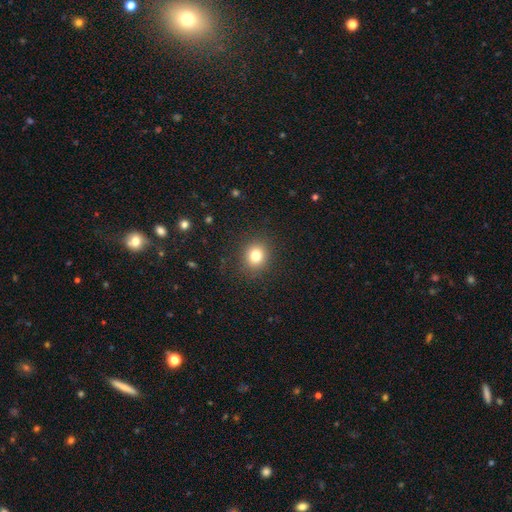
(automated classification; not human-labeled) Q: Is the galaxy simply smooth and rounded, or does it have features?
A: smooth — 80%.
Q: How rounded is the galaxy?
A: round — 78%.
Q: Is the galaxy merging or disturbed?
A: none — 88%.